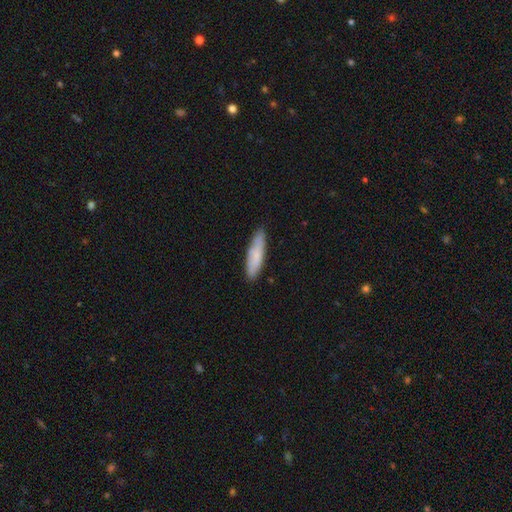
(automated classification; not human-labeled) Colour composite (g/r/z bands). It shows a smooth galaxy with no disk features (74%) that is cigar-shaped (72%). Merging: none (84%).